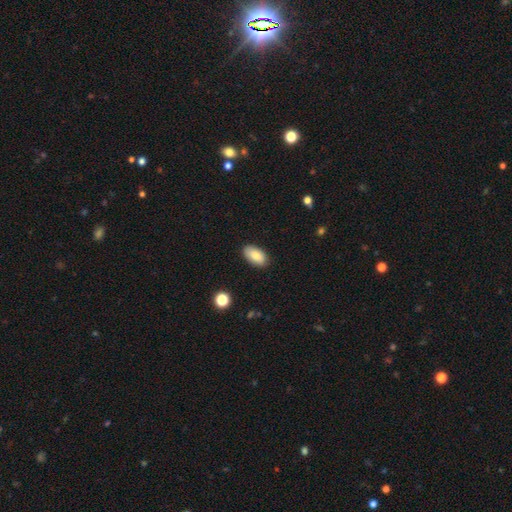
Smooth or featured? smooth (87%)
How rounded? in between (94%)
Merging? none (97%)